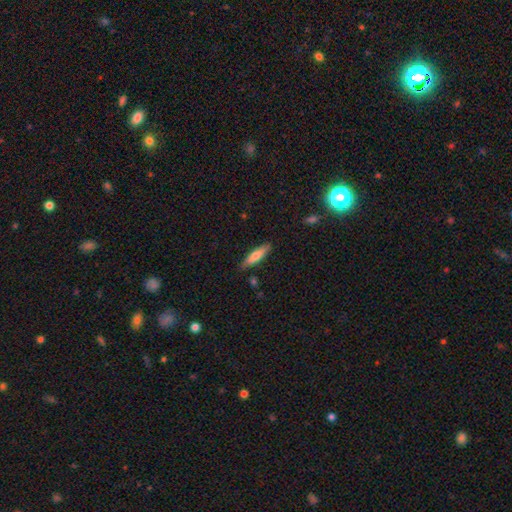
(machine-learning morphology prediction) type=smooth (70%); roundness=cigar-shaped (70%); merging=none (83%).